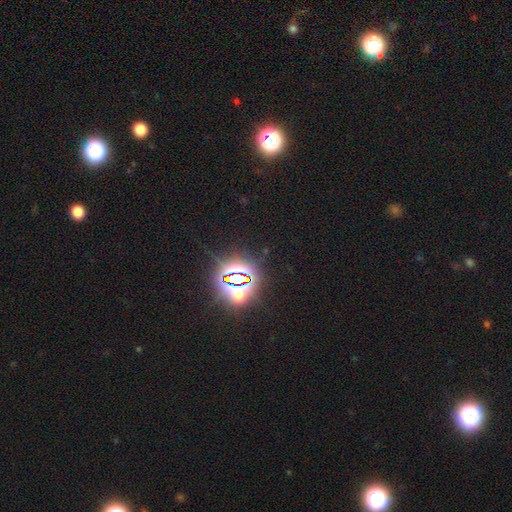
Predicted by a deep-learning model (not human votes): Smooth or featured? Predicted: star or artifact (p=0.81).